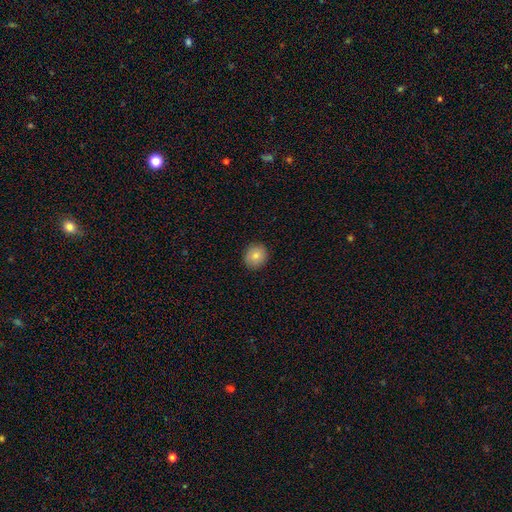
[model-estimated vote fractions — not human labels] The model was most divided on "how rounded": round: 85%, in between: 15%, cigar-shaped: 1%. More confident: merging — none (91%); smooth or featured — smooth (83%).